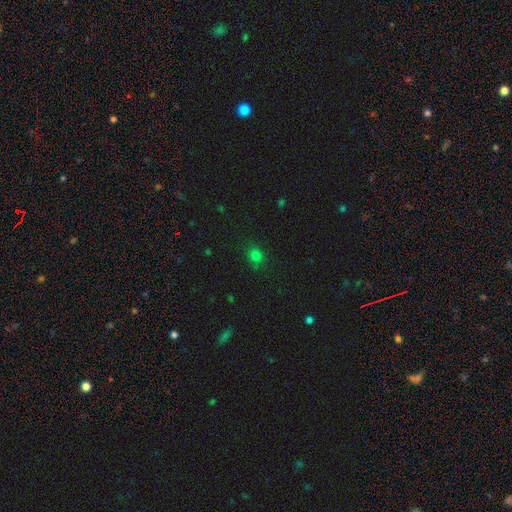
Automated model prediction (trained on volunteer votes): smooth-or-featured: smooth: 76% | star or artifact: 19% | featured or disk: 5%
  how-rounded: round: 83% | in between: 16% | cigar-shaped: 1%
  merging: none: 84% | minor disturbance: 11% | major disturbance: 3% | merger: 2%